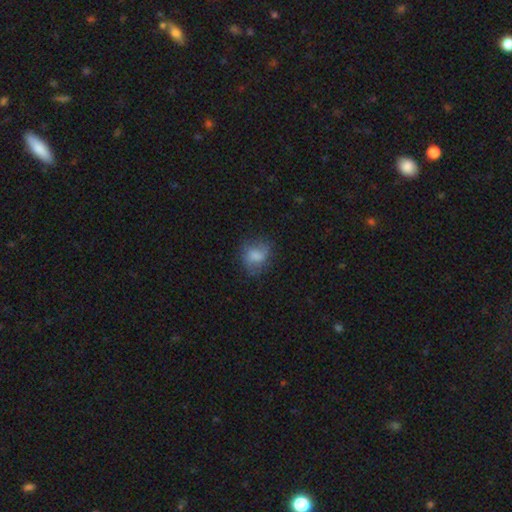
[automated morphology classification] Smooth or featured: smooth — 73% (featured or disk — 17%)
How rounded: round — 51% (in between — 47%)
Merging: none — 60% (minor disturbance — 25%)